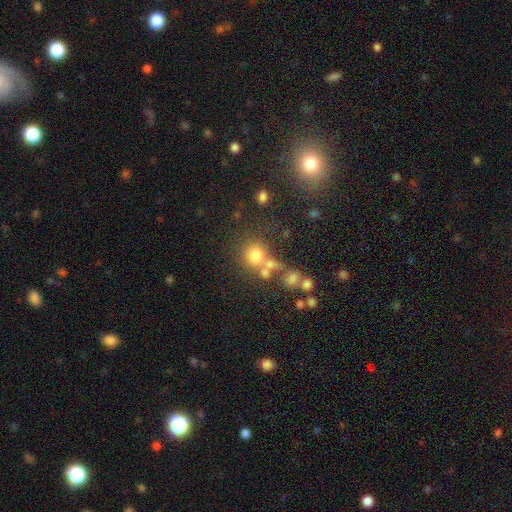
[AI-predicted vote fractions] Smooth or featured? smooth (71%)
How rounded? round (88%)
Merging? none (54%)